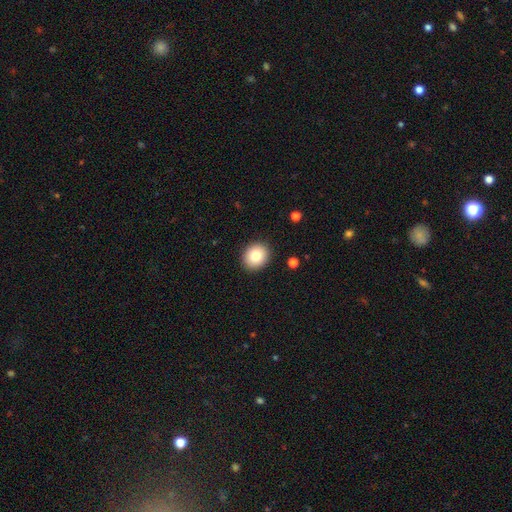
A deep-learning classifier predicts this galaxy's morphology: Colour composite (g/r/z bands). It shows a smooth galaxy with no disk features (82%) that is round (72%). Merging: none (91%).